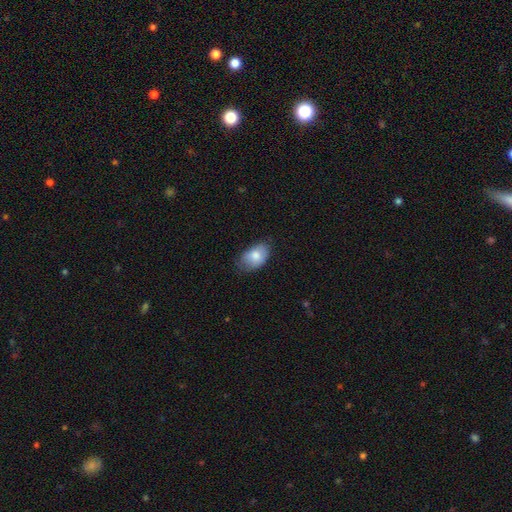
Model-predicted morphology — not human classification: A smooth galaxy with no disk features (79%) that is in between round and cigar-shaped (88%).

Vote fractions:
- Smooth or featured? smooth: 79% / featured or disk: 14% / star or artifact: 7%
- How rounded? in between: 88% / round: 10% / cigar-shaped: 1%
- Merging? none: 60% / minor disturbance: 32% / major disturbance: 7% / merger: 1%